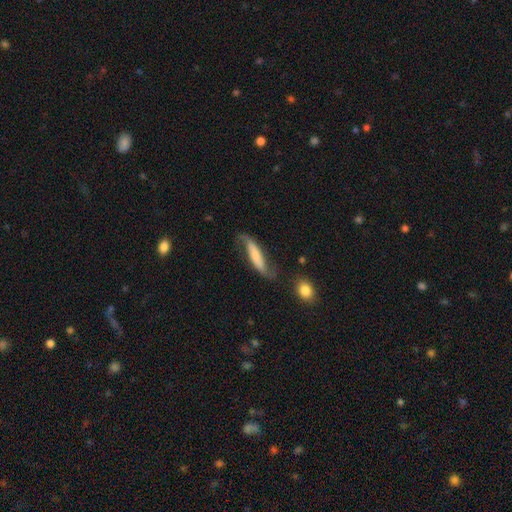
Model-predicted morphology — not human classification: The model was most divided on "smooth or featured": featured or disk: 58%, smooth: 36%, star or artifact: 7%. More confident: edge-on disk — no (73%); merging — none (54%).